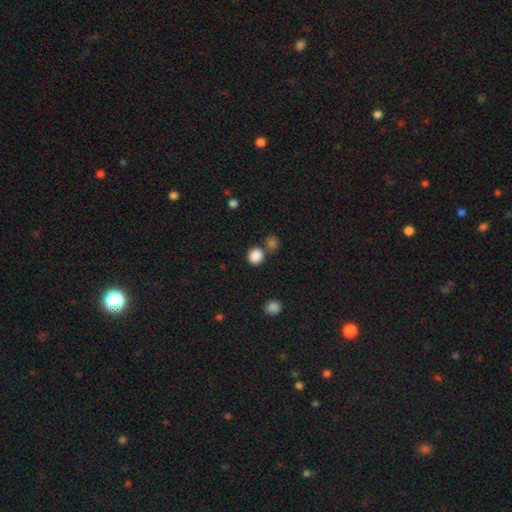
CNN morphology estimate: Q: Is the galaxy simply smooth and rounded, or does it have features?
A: smooth — 86%.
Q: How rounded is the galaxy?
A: round — 82%.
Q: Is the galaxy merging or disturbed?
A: none — 71%.